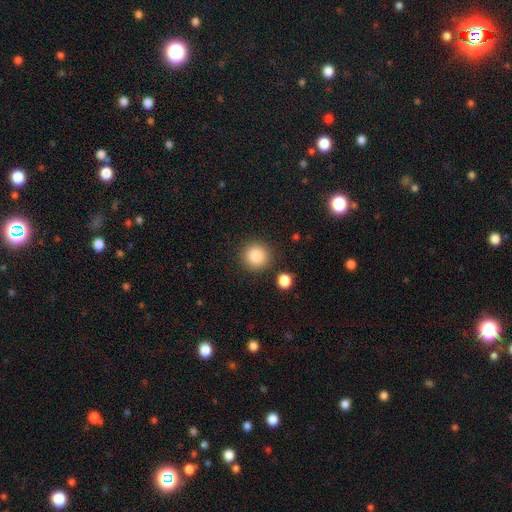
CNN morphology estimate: smooth-or-featured: smooth: 86% | star or artifact: 9% | featured or disk: 5%
  how-rounded: round: 93% | in between: 6% | cigar-shaped: 1%
  merging: none: 86% | minor disturbance: 7% | merger: 4% | major disturbance: 3%